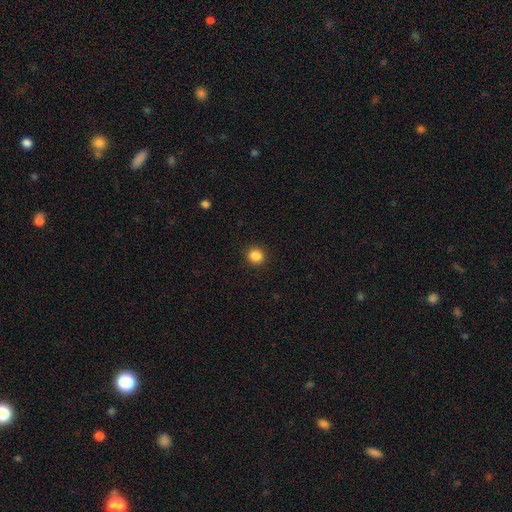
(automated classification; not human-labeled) Overall: smooth (85%). How rounded: round (93%). Merging: none (93%).